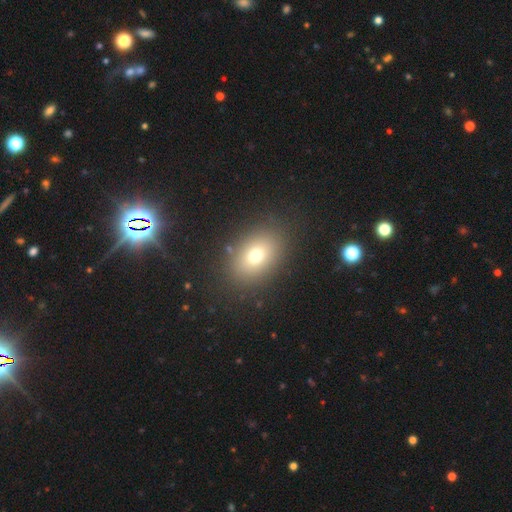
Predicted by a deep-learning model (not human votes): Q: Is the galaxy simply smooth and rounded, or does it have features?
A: smooth — 72%.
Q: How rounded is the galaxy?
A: in between — 73%.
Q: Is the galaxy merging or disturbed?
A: none — 86%.